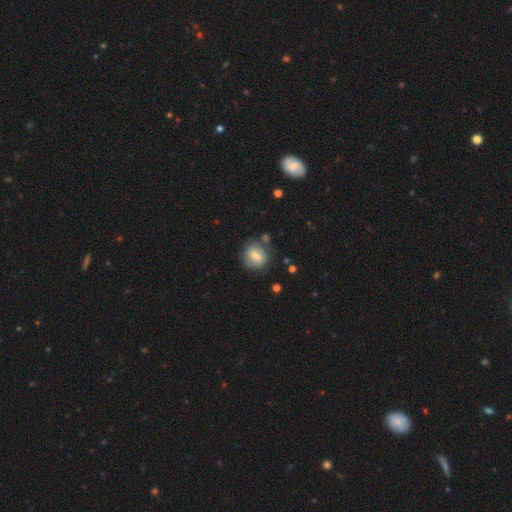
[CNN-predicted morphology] A smooth galaxy with no disk features (67%) that is round (69%). Merging: none (70%).